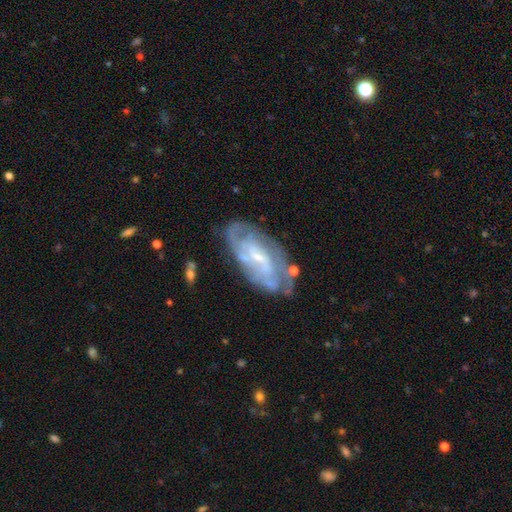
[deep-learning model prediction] Smooth or featured: featured or disk — 76% (smooth — 17%)
Edge-on disk: no — 93% (yes — 7%)
Bar: weak — 45% (no — 36%)
Spiral arms: yes — 81% (no — 19%)
Spiral winding: tight — 56% (medium — 33%)
Spiral arm count: can't tell — 51% (2 — 24%)
Bulge size: small — 63% (moderate — 26%)
Merging: none — 66% (minor disturbance — 21%)